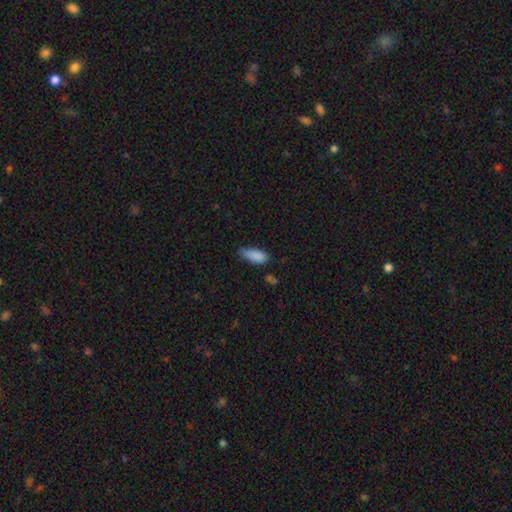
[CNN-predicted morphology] smooth_or_featured: smooth (p=0.87) [alt: star or artifact p=0.08]
how_rounded: in between (p=0.78) [alt: cigar-shaped p=0.20]
merging: none (p=0.56) [alt: minor disturbance p=0.35]